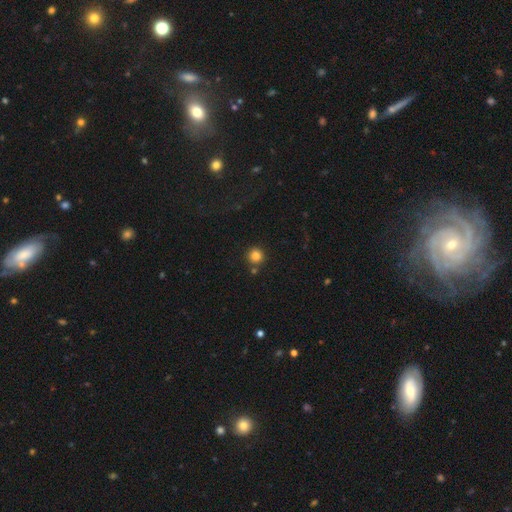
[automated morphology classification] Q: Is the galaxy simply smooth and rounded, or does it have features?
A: smooth — 83%.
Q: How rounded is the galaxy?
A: round — 95%.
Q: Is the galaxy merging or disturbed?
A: none — 81%.